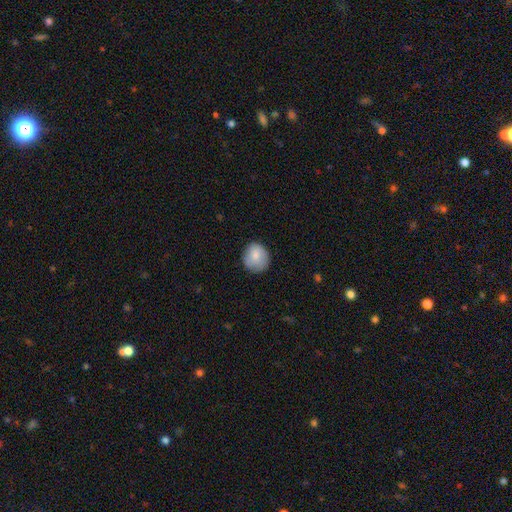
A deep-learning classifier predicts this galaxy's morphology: smooth-or-featured: smooth: 80% | featured or disk: 13% | star or artifact: 7%
  how-rounded: round: 81% | in between: 18% | cigar-shaped: 1%
  merging: none: 79% | minor disturbance: 17% | major disturbance: 3% | merger: 1%